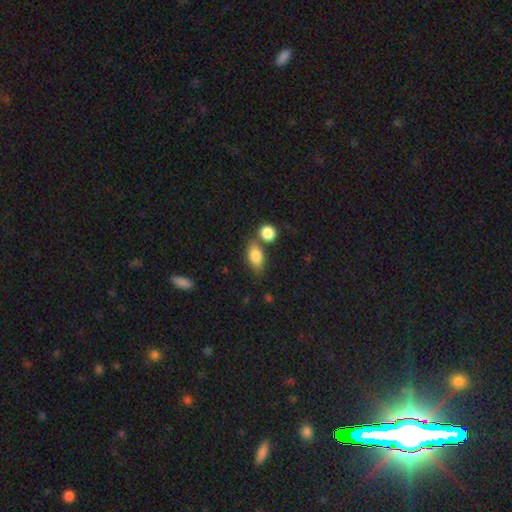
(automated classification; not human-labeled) Overall: smooth (81%). How rounded: in between (84%). Merging: none (57%; merger 23%).